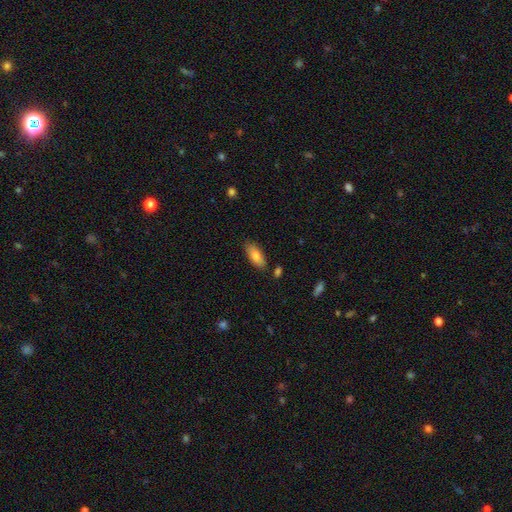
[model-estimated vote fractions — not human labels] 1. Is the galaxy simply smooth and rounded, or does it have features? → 80% smooth, 13% featured or disk, 7% star or artifact.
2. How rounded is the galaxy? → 83% in between, 15% cigar-shaped, 2% round.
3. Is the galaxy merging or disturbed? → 82% none, 12% minor disturbance, 3% merger, 2% major disturbance.